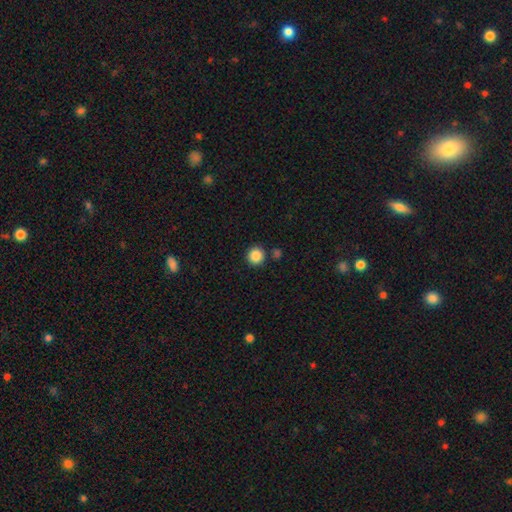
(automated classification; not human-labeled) This is clearly a smooth galaxy (87%). How rounded: clearly round (94%). Merging: clearly none (87%).